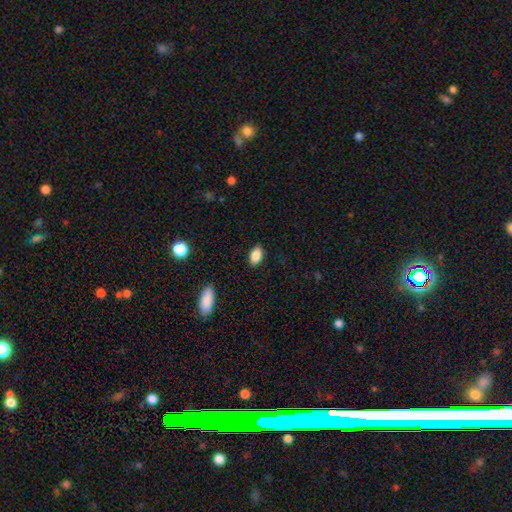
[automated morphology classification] Smooth or featured?
  - smooth: 87% *
  - star or artifact: 8%
  - featured or disk: 5%
How rounded?
  - in between: 91% *
  - round: 6%
  - cigar-shaped: 3%
Merging?
  - none: 86% *
  - minor disturbance: 11%
  - major disturbance: 2%
  - merger: 1%